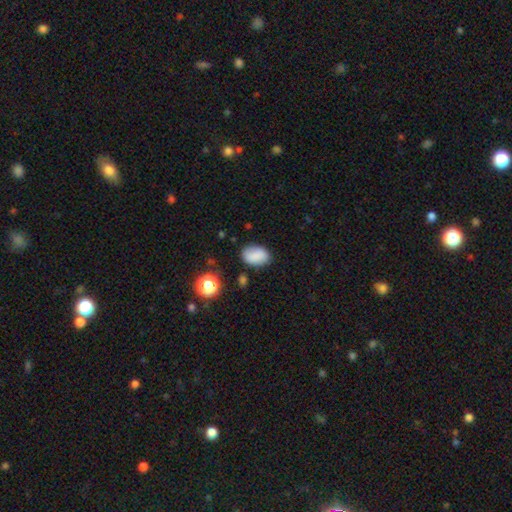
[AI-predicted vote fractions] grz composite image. It shows a smooth galaxy with no disk features (82%) that is in between round and cigar-shaped (84%). Merging: none (75%).